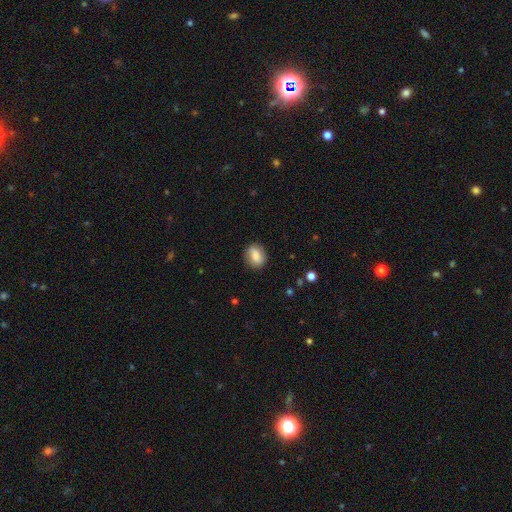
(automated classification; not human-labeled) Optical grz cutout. It shows a smooth galaxy with no disk features (79%) that is in between round and cigar-shaped (50%). Merging: none (86%).